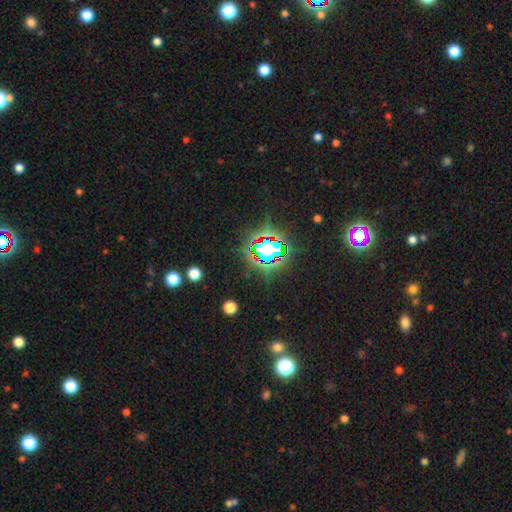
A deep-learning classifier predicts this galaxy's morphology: smooth-or-featured: star or artifact: 74% | smooth: 16% | featured or disk: 10%